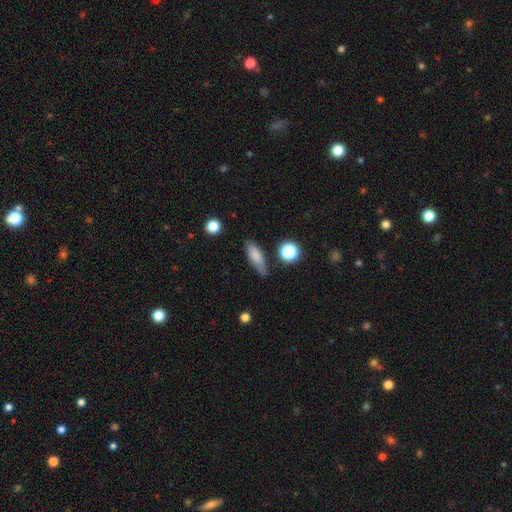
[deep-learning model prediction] Q: Smooth or featured?
A: smooth (79%); runner-up: featured or disk (12%)
Q: How rounded?
A: in between (51%); runner-up: cigar-shaped (45%)
Q: Merging?
A: none (75%); runner-up: minor disturbance (18%)